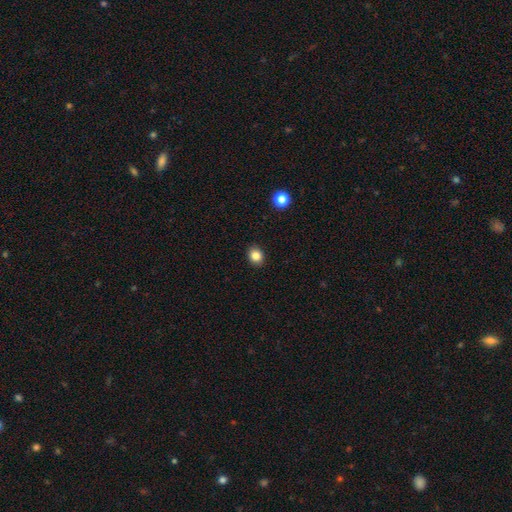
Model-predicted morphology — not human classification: Smooth or featured: smooth — 84% (star or artifact — 11%)
How rounded: round — 63% (in between — 36%)
Merging: none — 91% (minor disturbance — 6%)